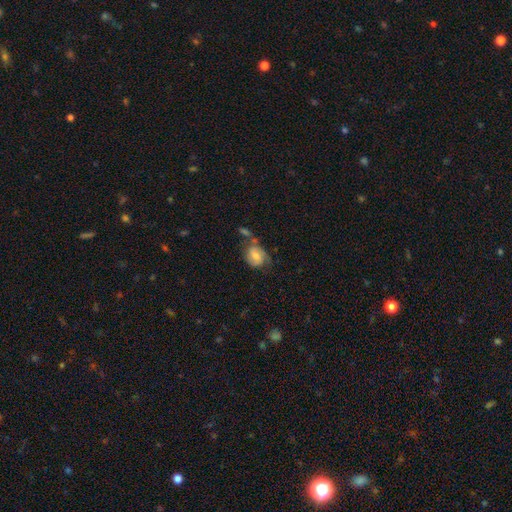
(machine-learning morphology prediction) type=smooth (53%); roundness=in between (53%); merging=none (43%).